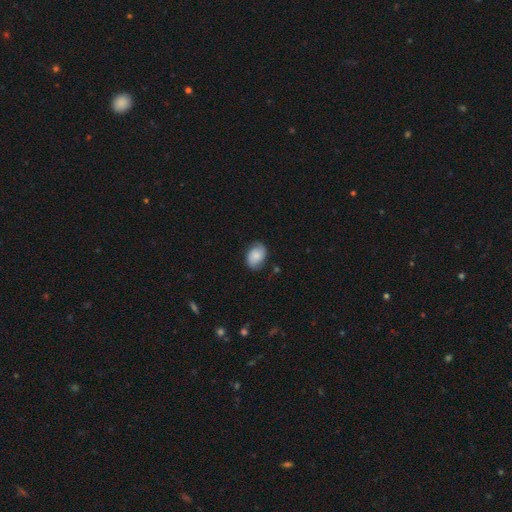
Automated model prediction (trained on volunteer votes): smooth 78%, featured or disk 15%, star or artifact 7%. Down the decision tree: how rounded — in between (82%); merging — none (76%).